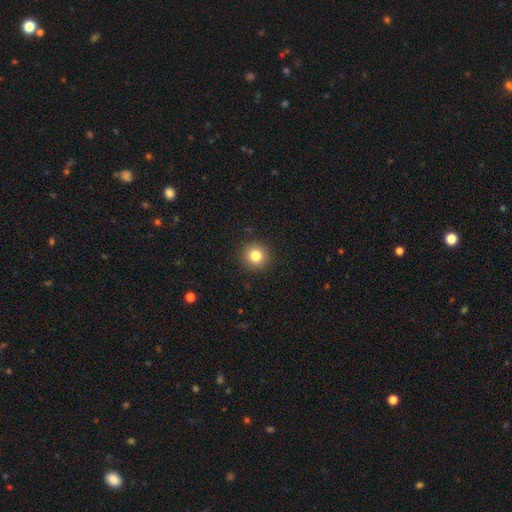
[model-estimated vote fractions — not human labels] smooth-or-featured: smooth: 82% | star or artifact: 11% | featured or disk: 7%
  how-rounded: round: 94% | in between: 6% | cigar-shaped: 1%
  merging: none: 92% | minor disturbance: 5% | major disturbance: 2% | merger: 1%